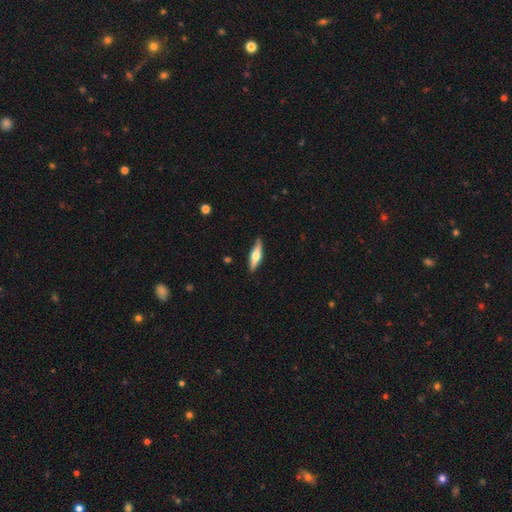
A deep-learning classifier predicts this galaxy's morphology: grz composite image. It shows a featured or disk galaxy (54%) viewed edge-on (95%) with a rounded central bulge (92%). Merging: none (88%).